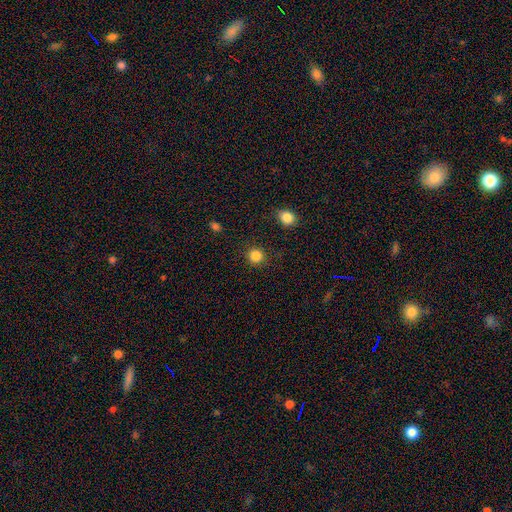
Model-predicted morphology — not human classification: This appears to be a smooth galaxy with no disk features (85%) that is round (93%). Merging: none (90%).